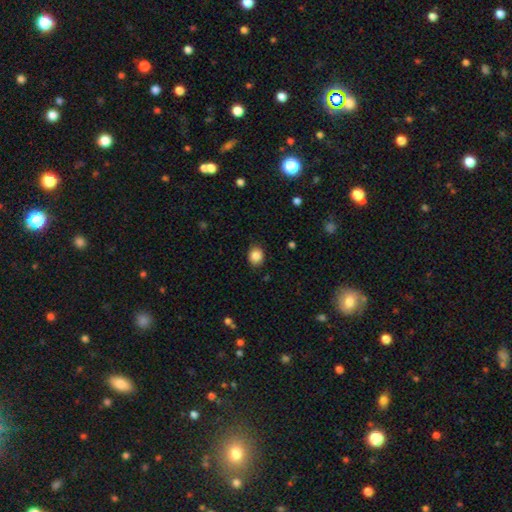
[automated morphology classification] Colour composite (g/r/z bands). It shows a smooth galaxy with no disk features (87%) that is round (66%). Merging: none (86%).